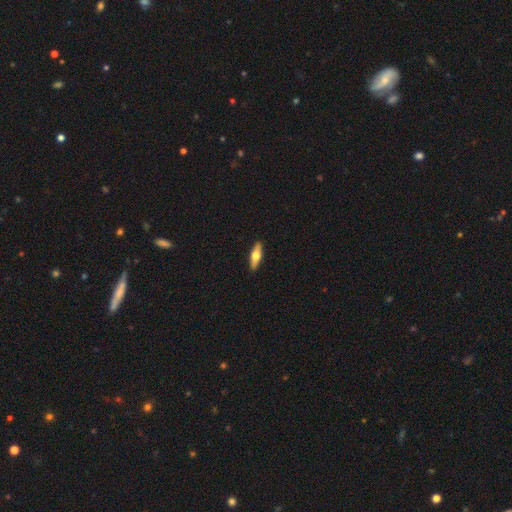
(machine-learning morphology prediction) A featured or disk galaxy (50%).

Vote fractions:
- Smooth or featured? featured or disk: 50% / smooth: 45% / star or artifact: 6%
- Merging? none: 91% / minor disturbance: 7% / major disturbance: 1% / merger: 1%